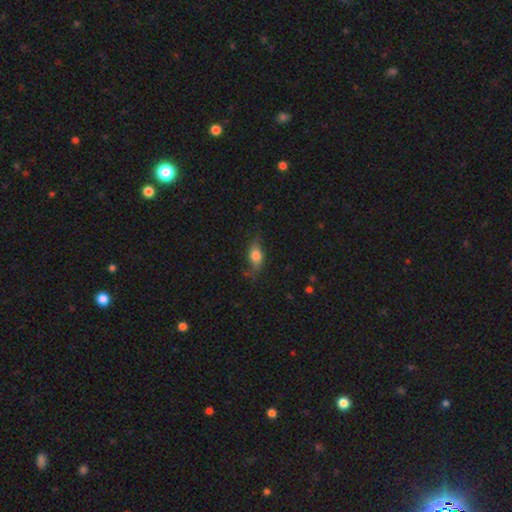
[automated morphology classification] Smooth or featured: smooth — 65% (featured or disk — 27%)
How rounded: in between — 77% (cigar-shaped — 14%)
Merging: none — 66% (minor disturbance — 24%)